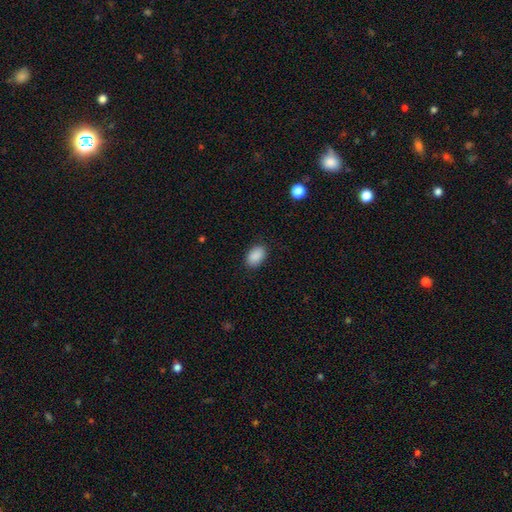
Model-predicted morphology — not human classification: A smooth galaxy with no disk features (90%) that is in between round and cigar-shaped (87%).

Vote fractions:
- Smooth or featured? smooth: 90% / star or artifact: 7% / featured or disk: 3%
- How rounded? in between: 87% / round: 12% / cigar-shaped: 1%
- Merging? none: 87% / minor disturbance: 9% / major disturbance: 2% / merger: 1%